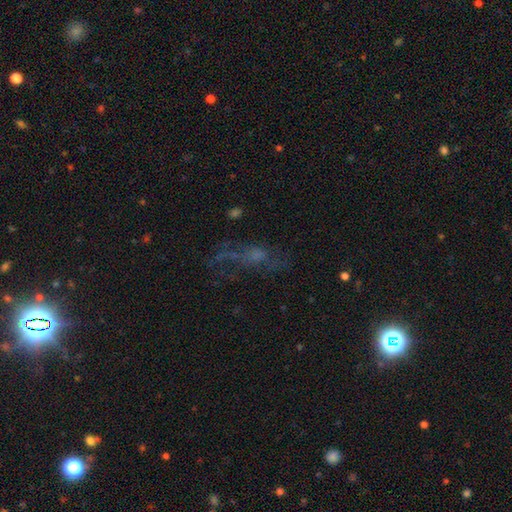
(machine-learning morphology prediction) Smooth or featured?
  - featured or disk: 45% *
  - smooth: 29%
  - star or artifact: 26%
Merging?
  - none: 47% *
  - major disturbance: 31%
  - minor disturbance: 18%
  - merger: 4%